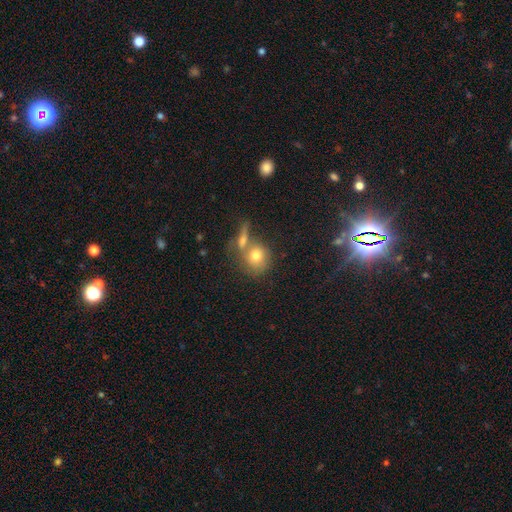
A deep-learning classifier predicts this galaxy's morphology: Smooth or featured?
  - smooth: 72% *
  - featured or disk: 19%
  - star or artifact: 9%
How rounded?
  - round: 78% *
  - in between: 21%
  - cigar-shaped: 2%
Merging?
  - merger: 42% * (tied)
  - none: 42% * (tied)
  - minor disturbance: 10%
  - major disturbance: 6%